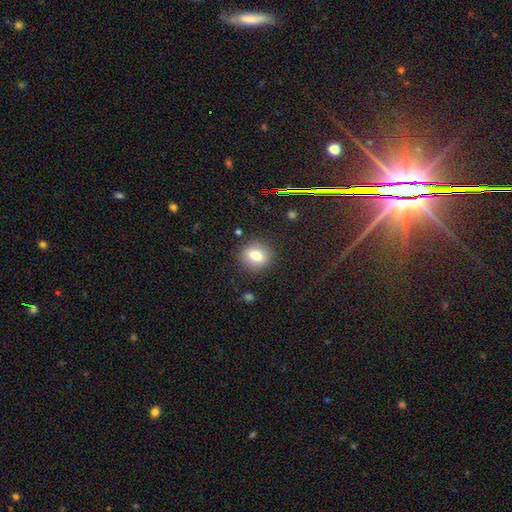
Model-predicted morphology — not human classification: The model was most divided on "smooth or featured": smooth: 77%, star or artifact: 12%, featured or disk: 11%. More confident: merging — none (88%); how rounded — round (85%).